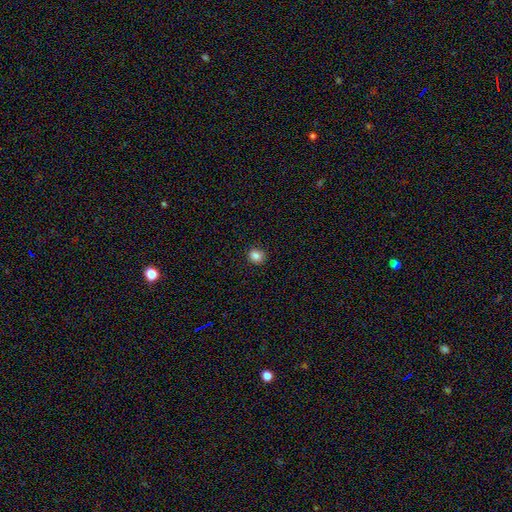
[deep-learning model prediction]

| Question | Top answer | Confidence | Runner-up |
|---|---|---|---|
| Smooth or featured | smooth | 85% | star or artifact (11%) |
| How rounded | round | 77% | in between (22%) |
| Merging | none | 90% | minor disturbance (7%) |